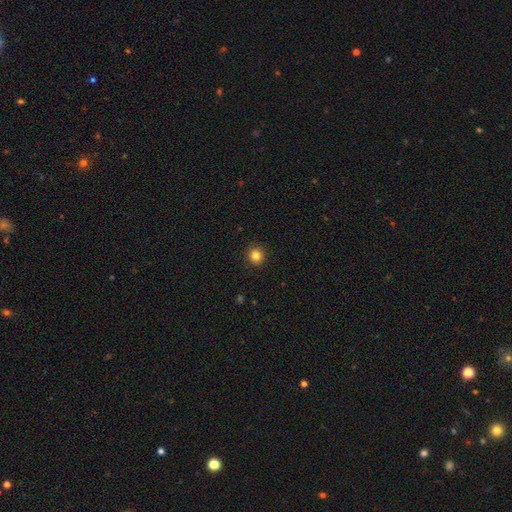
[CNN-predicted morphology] smooth 83%, star or artifact 12%, featured or disk 5%. Down the decision tree: how rounded — round (94%); merging — none (92%).